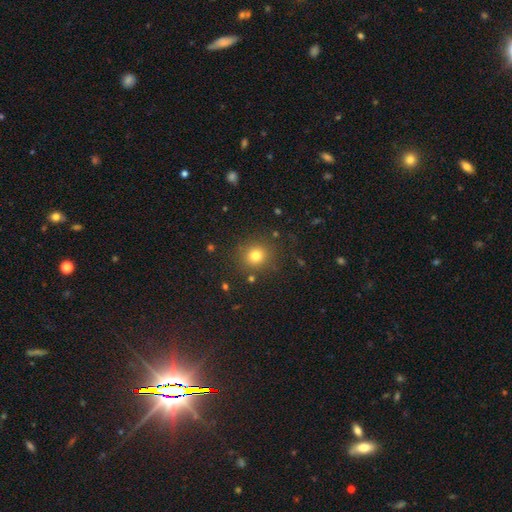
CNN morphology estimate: This appears to be a smooth galaxy with no disk features (78%) that is round (90%). Merging: none (87%).